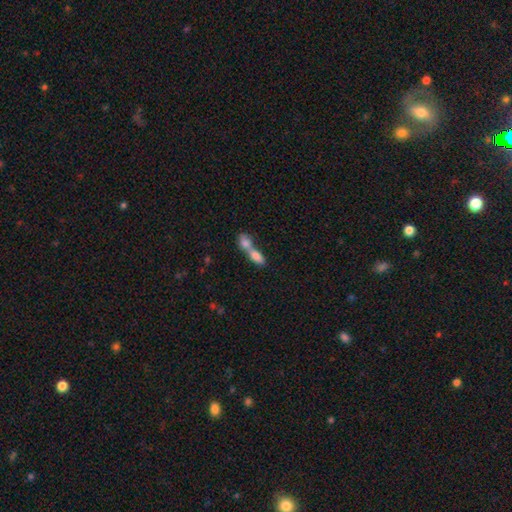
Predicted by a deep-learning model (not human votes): Smooth or featured?
  - smooth: 79% *
  - featured or disk: 13%
  - star or artifact: 7%
How rounded?
  - in between: 77% *
  - cigar-shaped: 16%
  - round: 7%
Merging?
  - merger: 78% *
  - none: 15%
  - minor disturbance: 4%
  - major disturbance: 3%